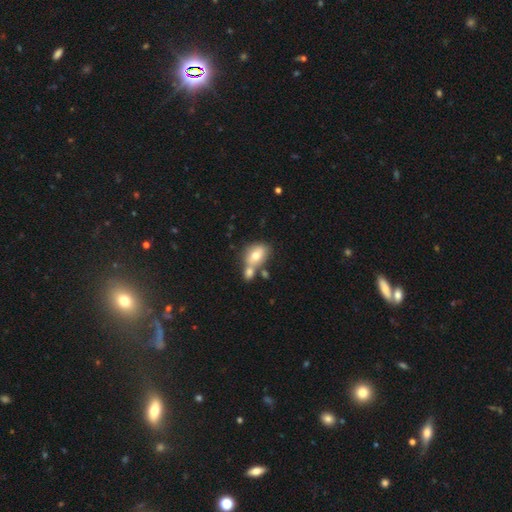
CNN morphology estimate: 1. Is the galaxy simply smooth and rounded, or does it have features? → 72% smooth, 20% featured or disk, 8% star or artifact.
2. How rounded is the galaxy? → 76% in between, 21% round, 2% cigar-shaped.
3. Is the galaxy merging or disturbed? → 49% merger, 34% none, 12% minor disturbance, 5% major disturbance.